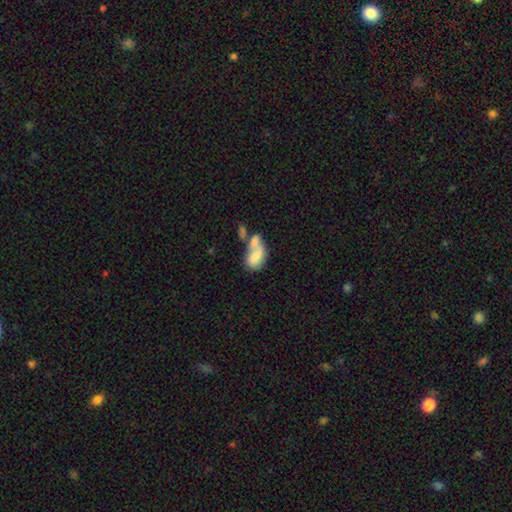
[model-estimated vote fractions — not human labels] smooth 68%, featured or disk 24%, star or artifact 8%. Down the decision tree: how rounded — in between (88%); merging — merger (65%).